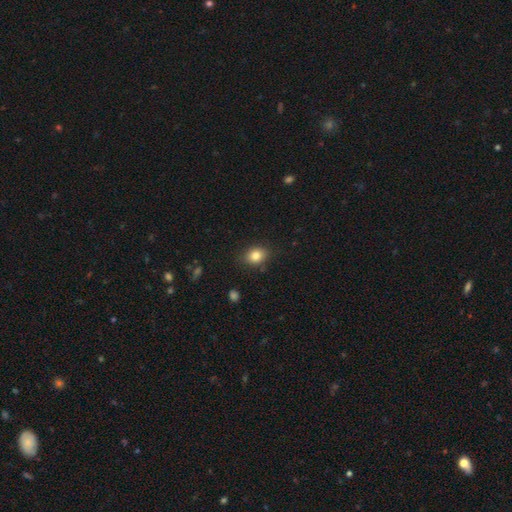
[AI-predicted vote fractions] Smooth or featured? smooth (83%)
How rounded? in between (55%)
Merging? none (84%)